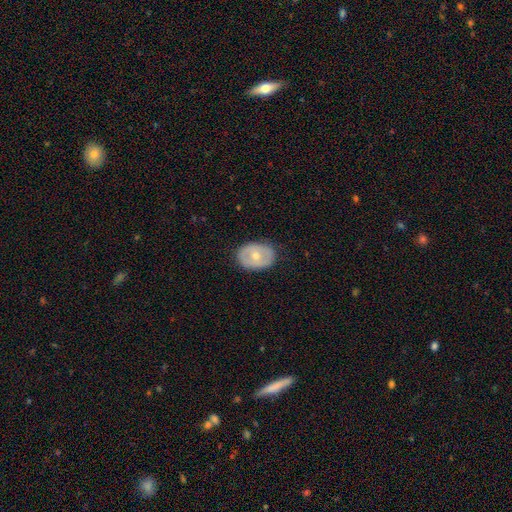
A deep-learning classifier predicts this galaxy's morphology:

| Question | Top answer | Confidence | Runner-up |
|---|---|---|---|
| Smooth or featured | smooth | 50% | featured or disk (44%) |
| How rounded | in between | 72% | round (27%) |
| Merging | none | 83% | minor disturbance (13%) |